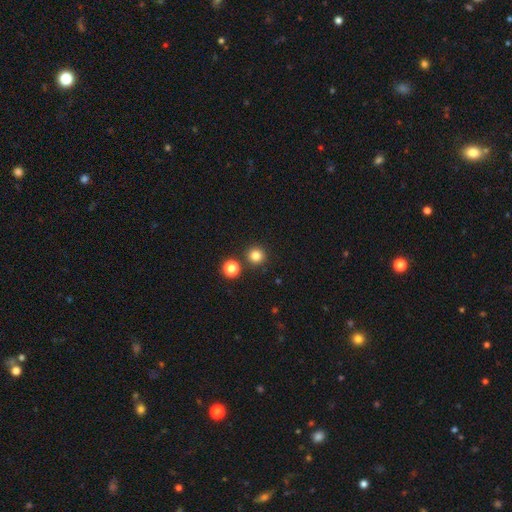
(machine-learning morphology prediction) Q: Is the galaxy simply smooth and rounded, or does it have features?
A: smooth — 81%.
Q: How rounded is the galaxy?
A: round — 95%.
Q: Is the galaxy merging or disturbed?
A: none — 87%.